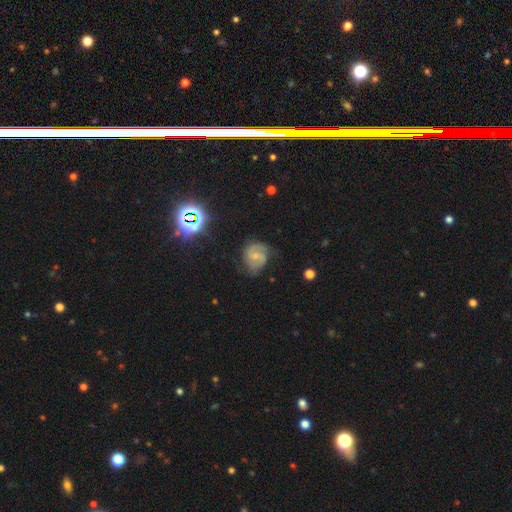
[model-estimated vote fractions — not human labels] This is likely a featured or disk galaxy (74%). It is clearly not viewed edge-on (98%). Bar: possibly weak (51%). Spiral arm pattern: clearly yes (94%). Spiral arm count: clearly 2 (82%). Spiral winding: possibly medium (52%). Central bulge: possibly small (59%). Merging: likely none (69%).